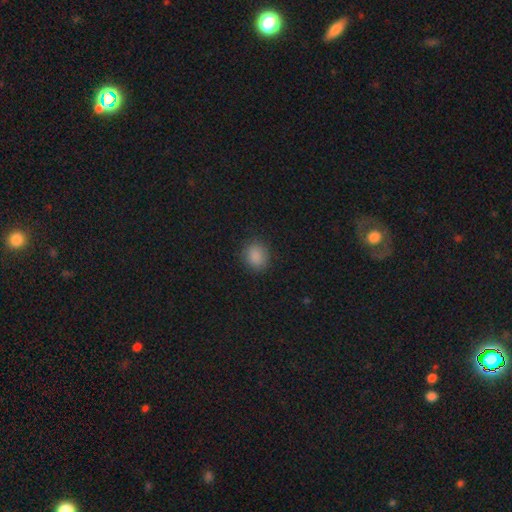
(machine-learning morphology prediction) Smooth or featured?
  - smooth: 86% *
  - star or artifact: 11%
  - featured or disk: 3%
How rounded?
  - round: 67% *
  - in between: 32%
  - cigar-shaped: 1%
Merging?
  - none: 86% *
  - minor disturbance: 10%
  - major disturbance: 3%
  - merger: 1%